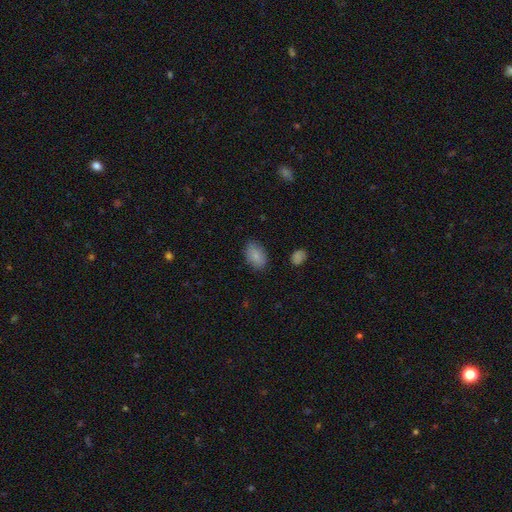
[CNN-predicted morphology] A smooth galaxy with no disk features (85%) that is in between round and cigar-shaped (90%).

Vote fractions:
- Smooth or featured? smooth: 85% / featured or disk: 8% / star or artifact: 7%
- How rounded? in between: 90% / round: 9% / cigar-shaped: 1%
- Merging? none: 81% / minor disturbance: 14% / major disturbance: 3% / merger: 1%